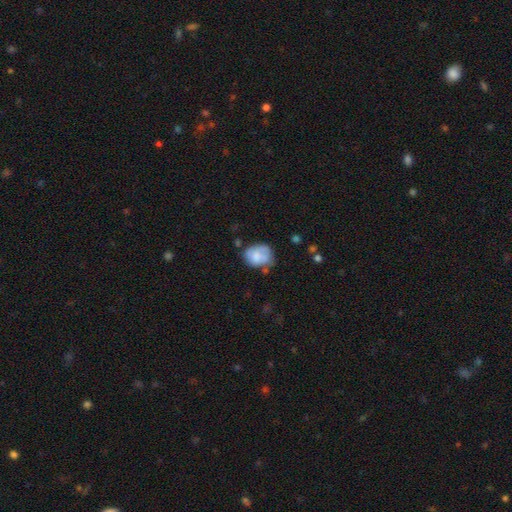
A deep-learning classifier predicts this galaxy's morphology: A smooth galaxy with no disk features (67%) that is in between round and cigar-shaped (52%).

Vote fractions:
- Smooth or featured? smooth: 67% / featured or disk: 25% / star or artifact: 8%
- How rounded? in between: 52% / round: 47% / cigar-shaped: 1%
- Merging? none: 45% / minor disturbance: 32% / major disturbance: 13% / merger: 10%